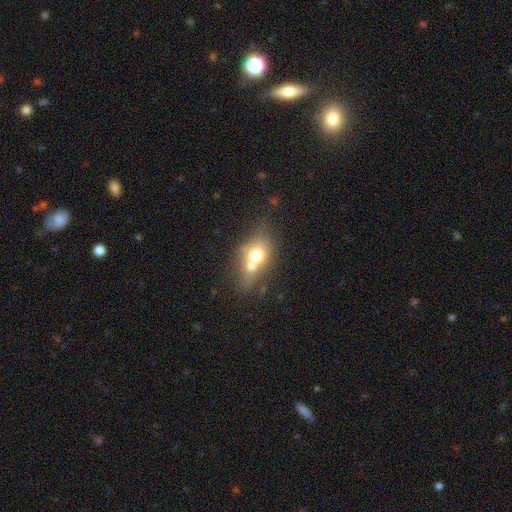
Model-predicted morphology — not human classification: smooth-or-featured: smooth: 60% | featured or disk: 30% | star or artifact: 10%
  how-rounded: in between: 62% | round: 33% | cigar-shaped: 6%
  merging: merger: 55% | none: 29% | minor disturbance: 10% | major disturbance: 6%